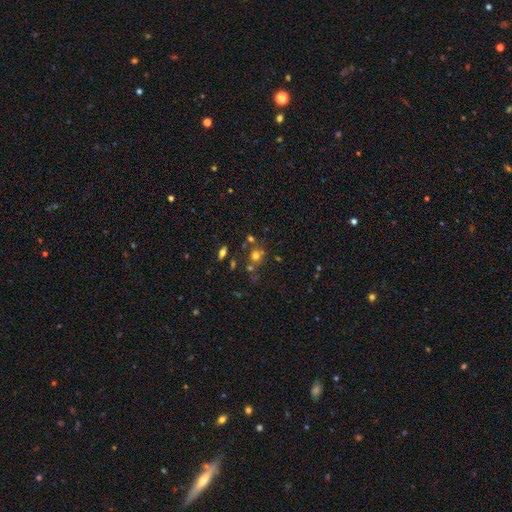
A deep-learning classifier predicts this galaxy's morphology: Smooth or featured: smooth — 62% (star or artifact — 24%)
How rounded: round — 82% (in between — 16%)
Merging: none — 61% (merger — 24%)